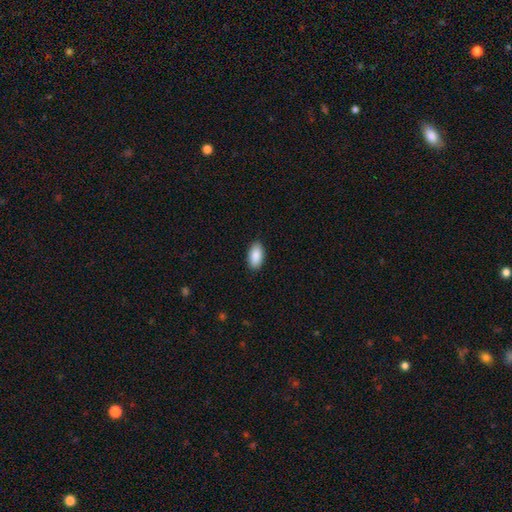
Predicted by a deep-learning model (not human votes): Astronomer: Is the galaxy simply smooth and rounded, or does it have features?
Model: smooth — 90%.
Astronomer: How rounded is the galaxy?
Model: in between — 94%.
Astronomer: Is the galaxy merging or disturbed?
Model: none — 89%.